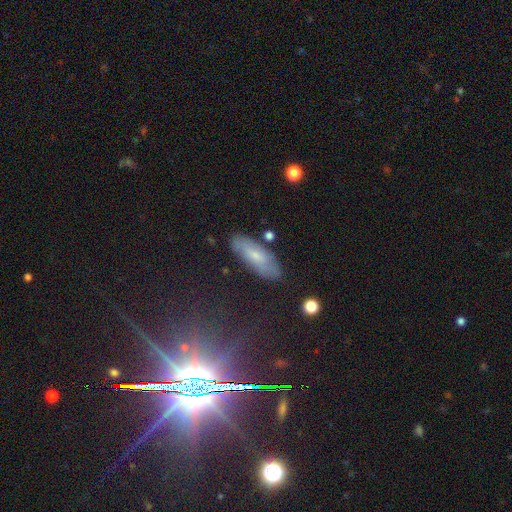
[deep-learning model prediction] Morphology: type=smooth (58%); roundness=in between (63%); merging=none (79%).